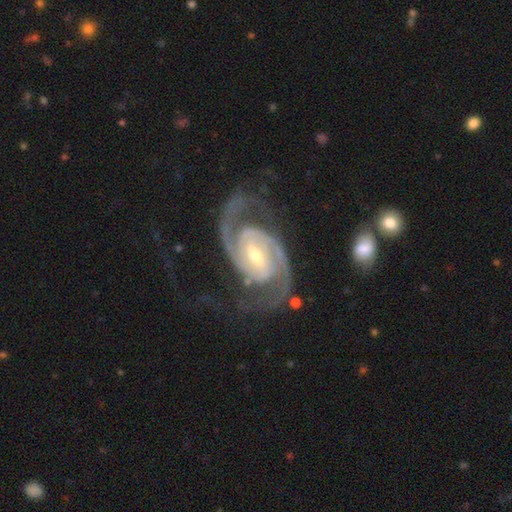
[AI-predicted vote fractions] A featured or disk galaxy (93%) with a weak bar (48%), 2 (92%) medium (50%) spiral arms (99%) and a moderate central bulge (51%). Merging: none (75%).